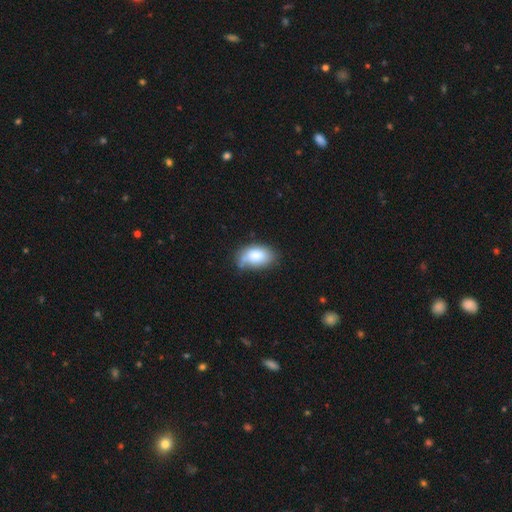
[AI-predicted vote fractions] smooth 80%, featured or disk 13%, star or artifact 8%. Down the decision tree: how rounded — in between (92%); merging — none (56%).